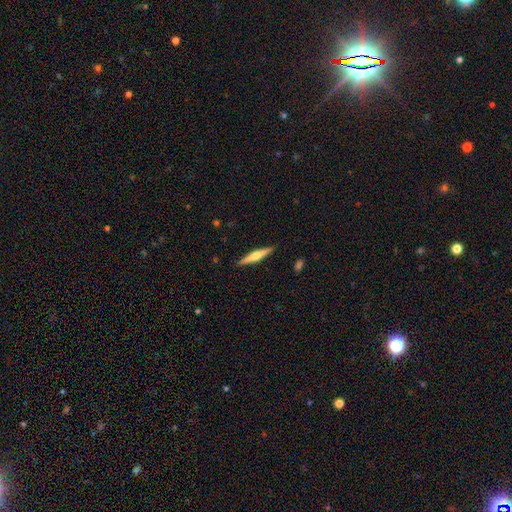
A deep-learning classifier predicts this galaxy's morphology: The model was most divided on "smooth or featured": featured or disk: 66%, smooth: 28%, star or artifact: 6%. More confident: edge-on disk — yes (98%); edge-on bulge — rounded (91%); merging — none (90%).